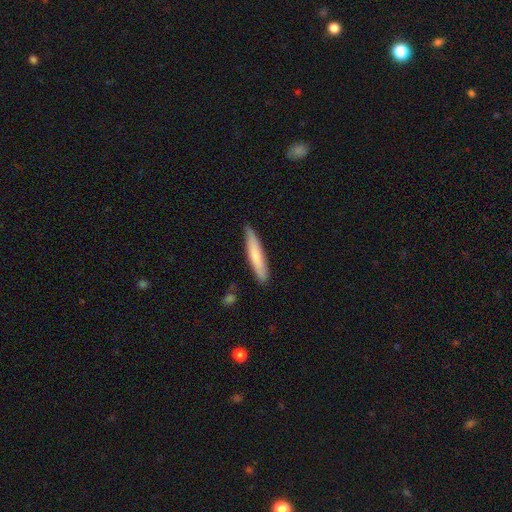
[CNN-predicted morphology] This appears to be a smooth galaxy with no disk features (73%) that is cigar-shaped (91%). Merging: none (87%).